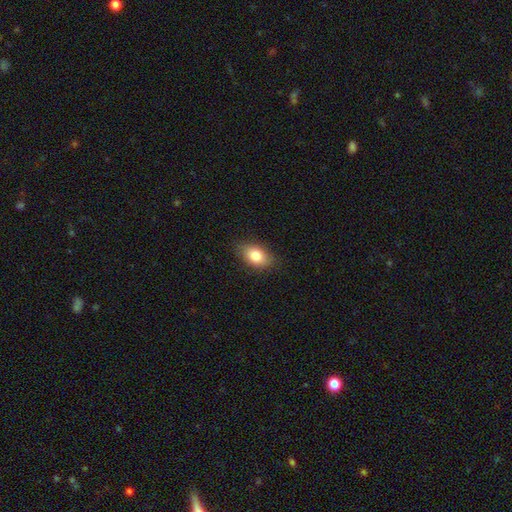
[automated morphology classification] Overall: smooth (81%). How rounded: in between (86%). Merging: none (83%).